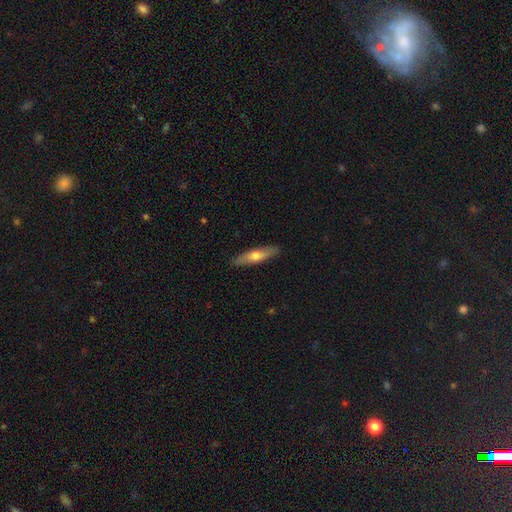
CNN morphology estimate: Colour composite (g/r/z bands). It shows a smooth galaxy with no disk features (58%) that is cigar-shaped (72%). Merging: none (88%).